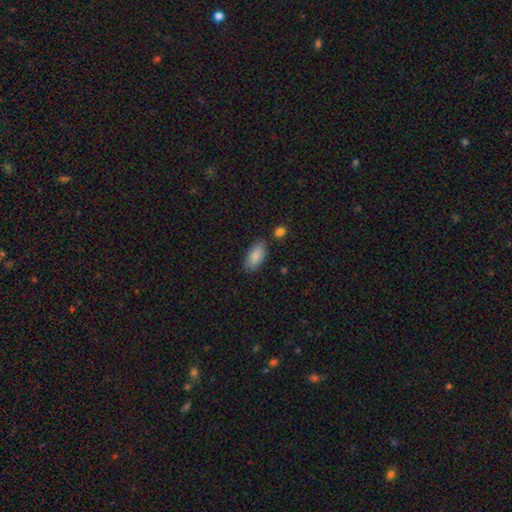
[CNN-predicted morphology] This is clearly a smooth galaxy (88%). How rounded: clearly in between (89%). Merging: likely none (77%).